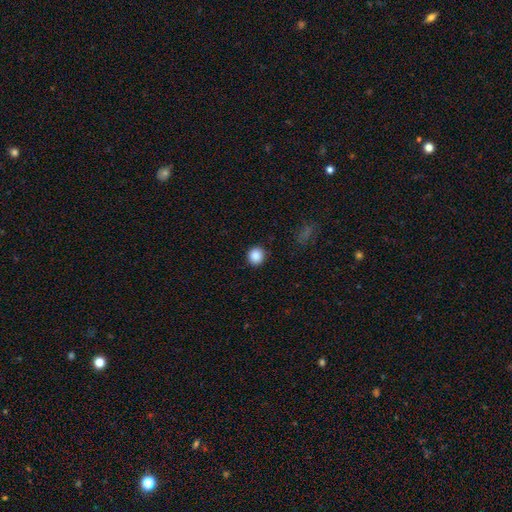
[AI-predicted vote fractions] Morphology: type=smooth (88%); roundness=round (91%); merging=none (91%).